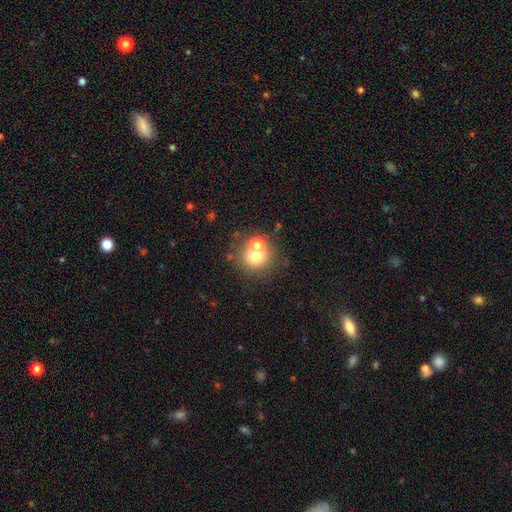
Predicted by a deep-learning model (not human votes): A smooth galaxy with no disk features (67%) that is round (85%).

Vote fractions:
- Smooth or featured? smooth: 67% / featured or disk: 17% / star or artifact: 16%
- How rounded? round: 85% / in between: 14% / cigar-shaped: 1%
- Merging? none: 54% / merger: 35% / minor disturbance: 8% / major disturbance: 4%